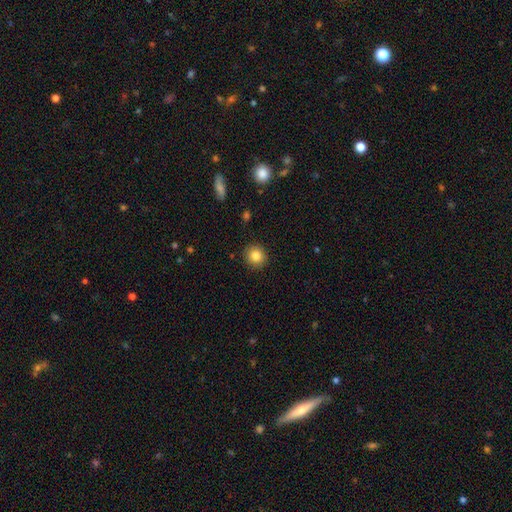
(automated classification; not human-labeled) A smooth galaxy with no disk features (84%) that is round (90%).

Vote fractions:
- Smooth or featured? smooth: 84% / star or artifact: 10% / featured or disk: 6%
- How rounded? round: 90% / in between: 9% / cigar-shaped: 1%
- Merging? none: 91% / minor disturbance: 6% / major disturbance: 2% / merger: 1%